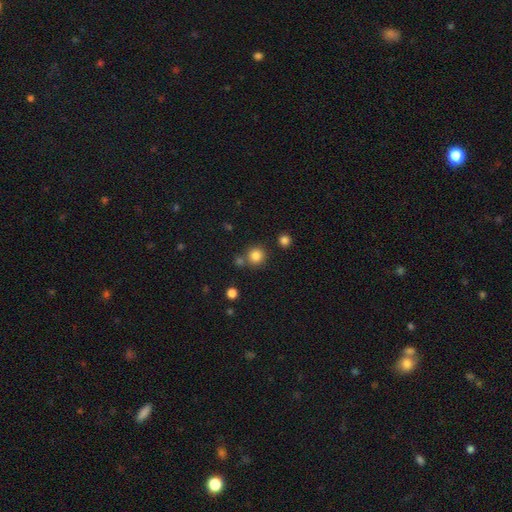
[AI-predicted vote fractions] This is clearly a smooth galaxy (83%). How rounded: clearly round (92%). Merging: likely none (76%).